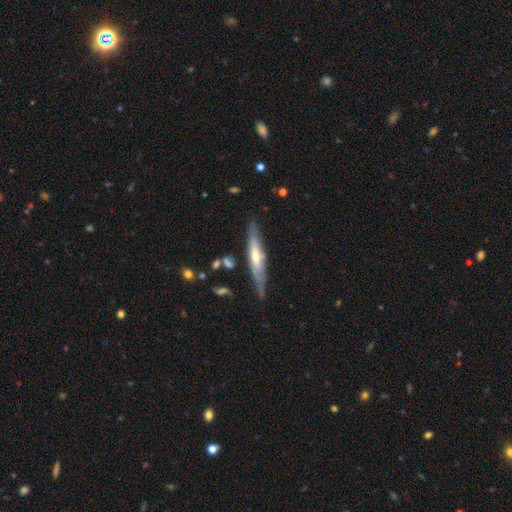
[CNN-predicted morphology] smooth_or_featured: featured or disk (p=0.55) [alt: smooth p=0.39]
disk_edge_on: yes (p=0.82) [alt: no p=0.18]
merging: none (p=0.76) [alt: minor disturbance p=0.17]